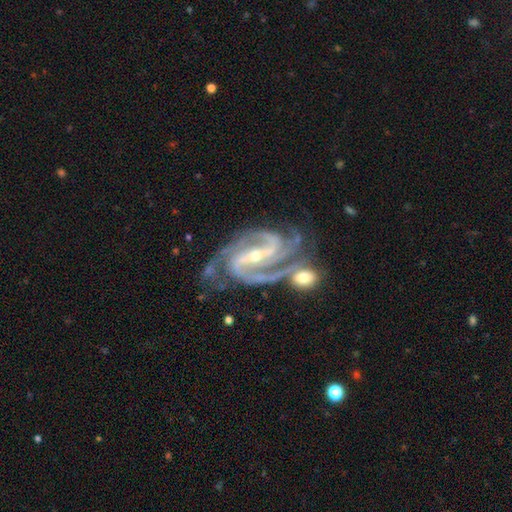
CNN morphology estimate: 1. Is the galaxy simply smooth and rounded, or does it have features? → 94% featured or disk, 4% star or artifact, 2% smooth.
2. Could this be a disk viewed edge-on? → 97% no, 3% yes.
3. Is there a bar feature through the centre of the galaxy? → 67% strong, 23% weak, 10% no.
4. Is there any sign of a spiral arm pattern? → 99% yes, 1% no.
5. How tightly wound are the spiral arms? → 51% medium, 40% tight, 9% loose.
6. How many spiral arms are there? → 50% 2, 27% 3, 8% 4, 6% can't tell, 4% more than 4, 4% 1.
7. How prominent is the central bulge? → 69% small, 28% moderate, 1% none, 1% large, 1% dominant.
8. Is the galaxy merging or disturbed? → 57% none, 19% minor disturbance, 16% merger, 9% major disturbance.